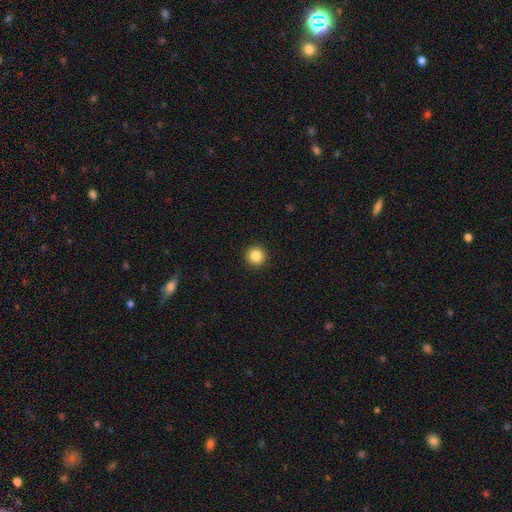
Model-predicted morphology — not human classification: A smooth galaxy with no disk features (86%) that is round (95%). Merging: none (93%).